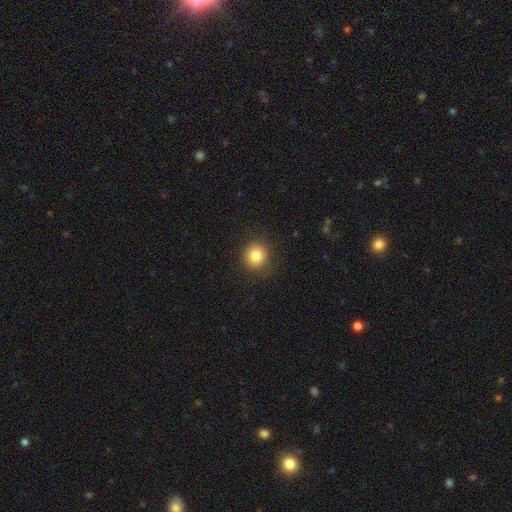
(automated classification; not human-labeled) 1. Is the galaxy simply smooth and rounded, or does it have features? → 83% smooth, 11% star or artifact, 6% featured or disk.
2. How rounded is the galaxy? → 90% round, 9% in between, 1% cigar-shaped.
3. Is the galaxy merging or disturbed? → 88% none, 8% minor disturbance, 3% major disturbance, 1% merger.